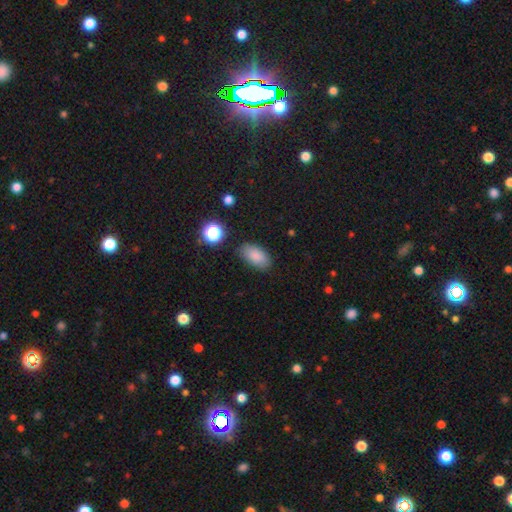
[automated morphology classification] smooth-or-featured: smooth: 85% | star or artifact: 9% | featured or disk: 5%
  how-rounded: in between: 92% | round: 5% | cigar-shaped: 2%
  merging: none: 84% | minor disturbance: 11% | major disturbance: 3% | merger: 2%